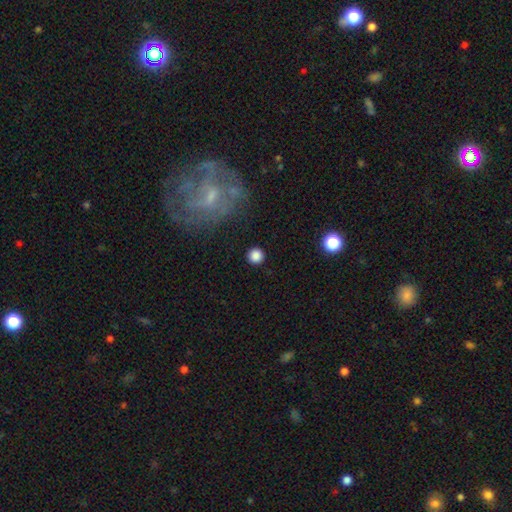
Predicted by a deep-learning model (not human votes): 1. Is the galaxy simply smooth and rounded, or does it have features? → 84% smooth, 11% star or artifact, 4% featured or disk.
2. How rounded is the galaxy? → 95% round, 4% in between, 1% cigar-shaped.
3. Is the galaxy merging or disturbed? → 90% none, 6% minor disturbance, 2% major disturbance, 2% merger.